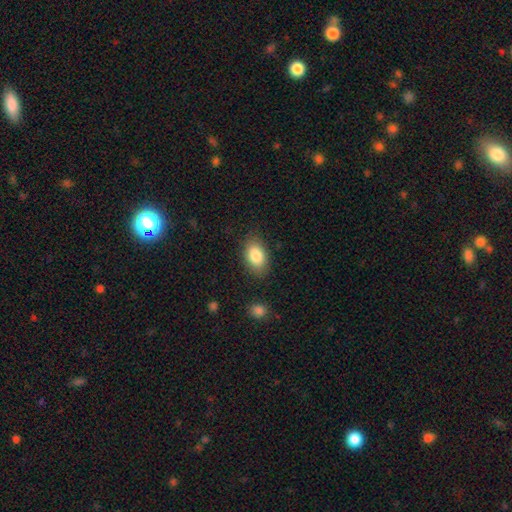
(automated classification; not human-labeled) smooth_or_featured: smooth (p=0.84) [alt: featured or disk p=0.09]
how_rounded: in between (p=0.88) [alt: round p=0.10]
merging: none (p=0.84) [alt: minor disturbance p=0.12]